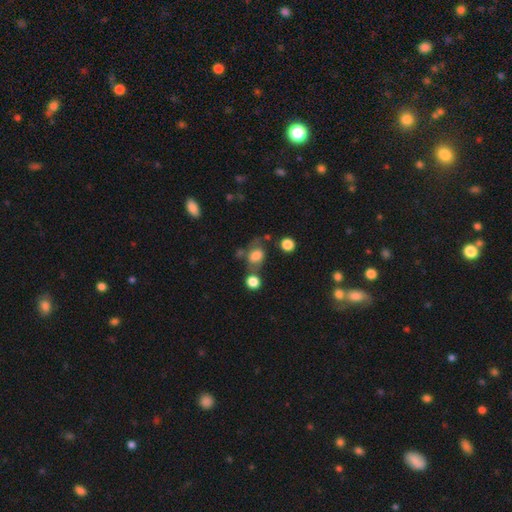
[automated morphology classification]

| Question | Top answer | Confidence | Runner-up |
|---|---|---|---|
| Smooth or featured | smooth | 70% | featured or disk (17%) |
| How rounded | in between | 61% | round (37%) |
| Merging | none | 43% | minor disturbance (22%) |